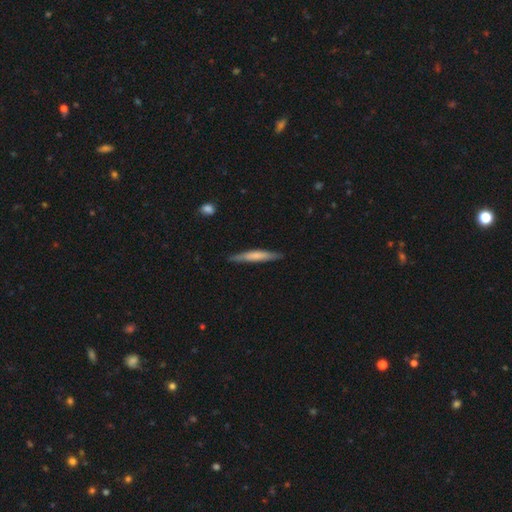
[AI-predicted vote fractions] smooth_or_featured: smooth (p=0.58) [alt: featured or disk p=0.37]
how_rounded: cigar-shaped (p=0.94) [alt: in between p=0.05]
merging: none (p=0.84) [alt: minor disturbance p=0.13]